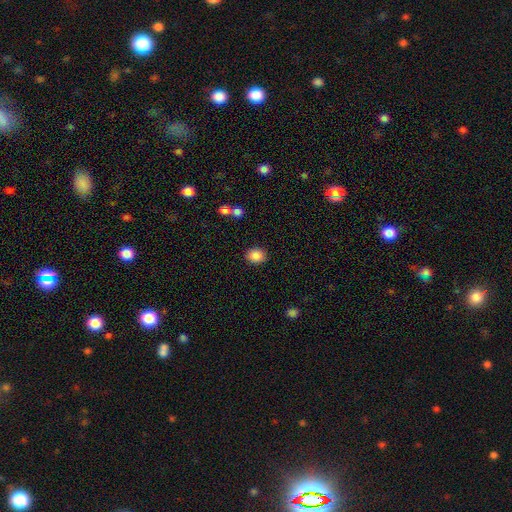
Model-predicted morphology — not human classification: type=smooth (87%); roundness=round (63%); merging=none (88%).